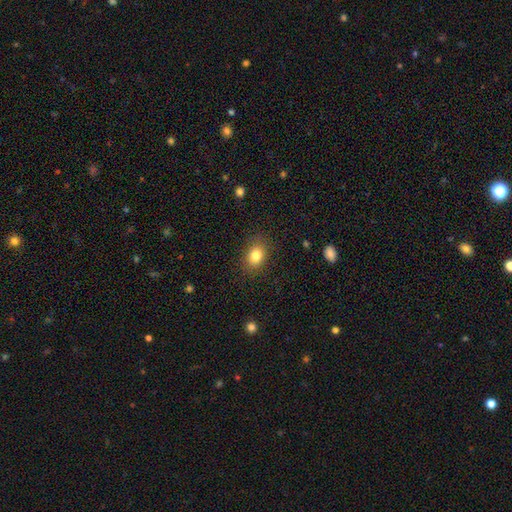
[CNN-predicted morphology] type=smooth (83%); roundness=in between (66%); merging=none (86%).